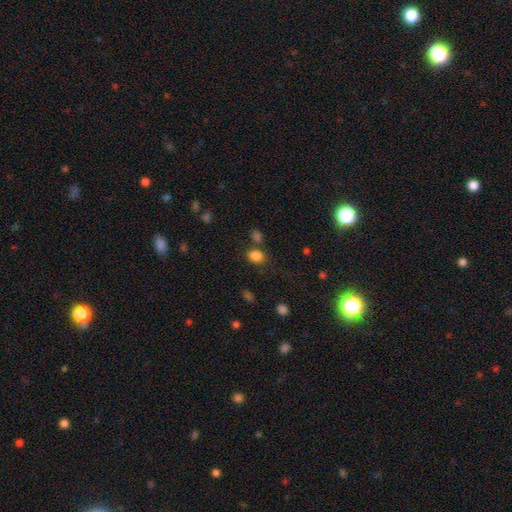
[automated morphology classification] type=smooth (84%); roundness=in between (67%); merging=none (71%).